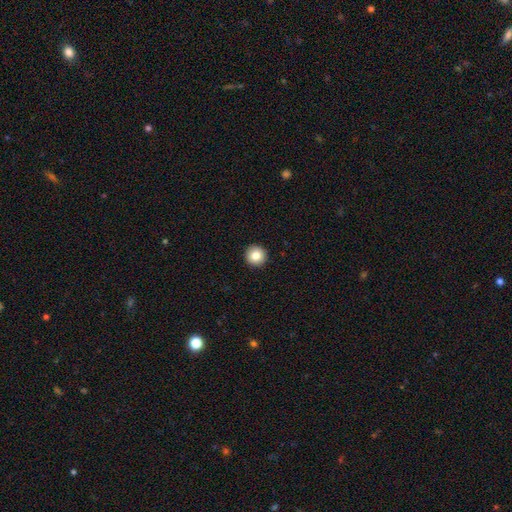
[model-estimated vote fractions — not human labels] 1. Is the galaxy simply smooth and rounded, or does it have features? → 83% smooth, 9% star or artifact, 8% featured or disk.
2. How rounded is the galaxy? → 96% round, 3% in between, 1% cigar-shaped.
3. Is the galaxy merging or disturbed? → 94% none, 4% minor disturbance, 1% major disturbance, 1% merger.